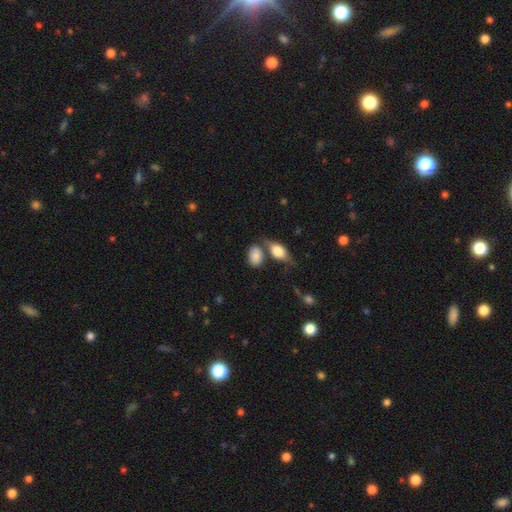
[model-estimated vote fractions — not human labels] A smooth galaxy with no disk features (84%) that is in between round and cigar-shaped (84%).

Vote fractions:
- Smooth or featured? smooth: 84% / featured or disk: 9% / star or artifact: 7%
- How rounded? in between: 84% / round: 14% / cigar-shaped: 3%
- Merging? none: 53% / merger: 25% / minor disturbance: 16% / major disturbance: 5%